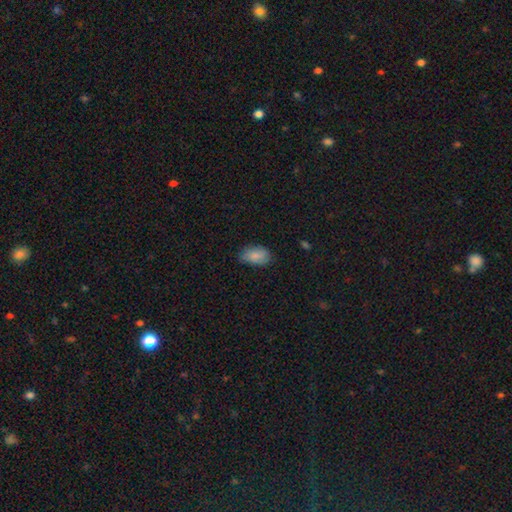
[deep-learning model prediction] Morphology: type=smooth (85%); roundness=in between (92%); merging=none (69%).